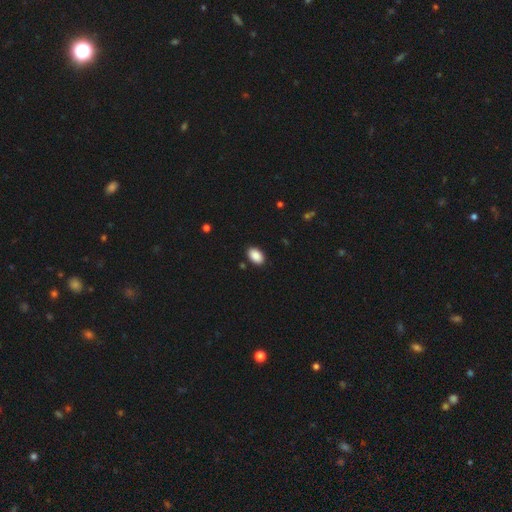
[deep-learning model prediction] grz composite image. It shows a smooth galaxy with no disk features (89%) that is in between round and cigar-shaped (92%). Merging: none (89%).